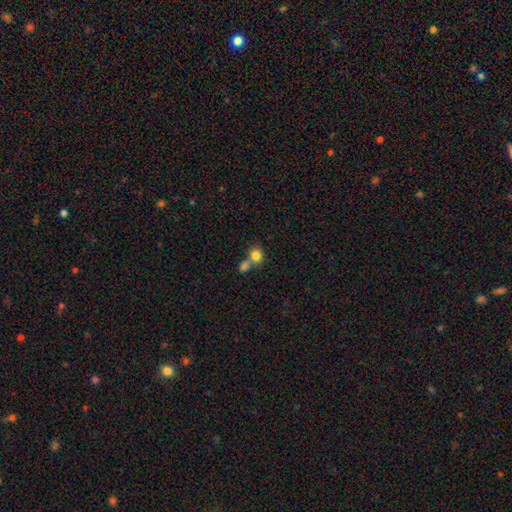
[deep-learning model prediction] smooth_or_featured: smooth (p=0.82) [alt: star or artifact p=0.10]
how_rounded: round (p=0.75) [alt: in between p=0.24]
merging: merger (p=0.50) [alt: none p=0.40]